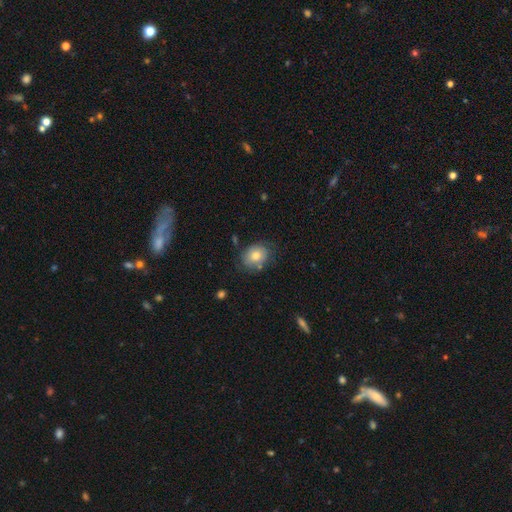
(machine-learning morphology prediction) The model was most divided on "how rounded": in between: 53%, round: 46%, cigar-shaped: 1%. More confident: smooth or featured — smooth (76%); merging — none (71%).